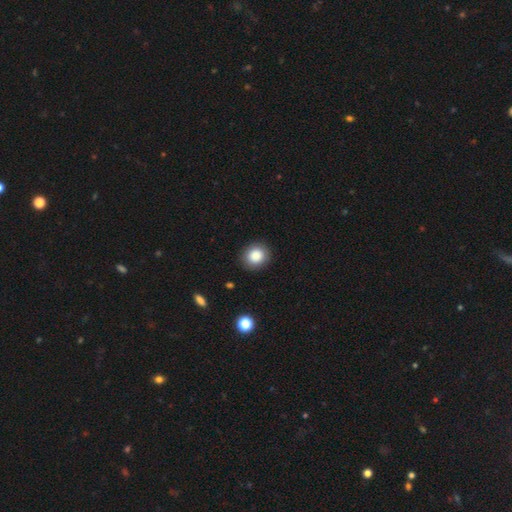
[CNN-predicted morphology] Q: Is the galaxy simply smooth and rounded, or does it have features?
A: smooth — 86%.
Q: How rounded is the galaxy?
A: round — 79%.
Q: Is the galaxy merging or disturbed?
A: none — 87%.